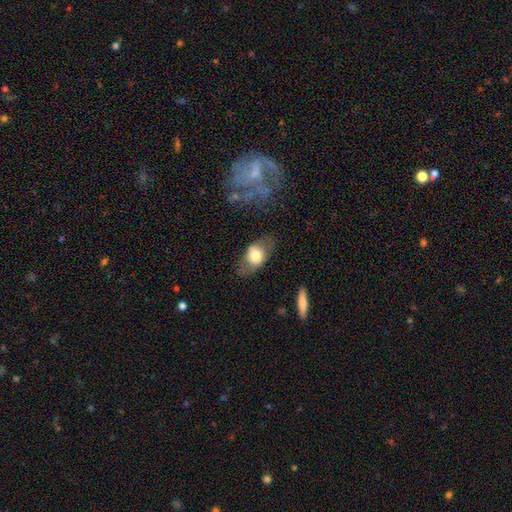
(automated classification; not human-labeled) Morphology: type=smooth (67%); roundness=in between (84%); merging=none (65%).